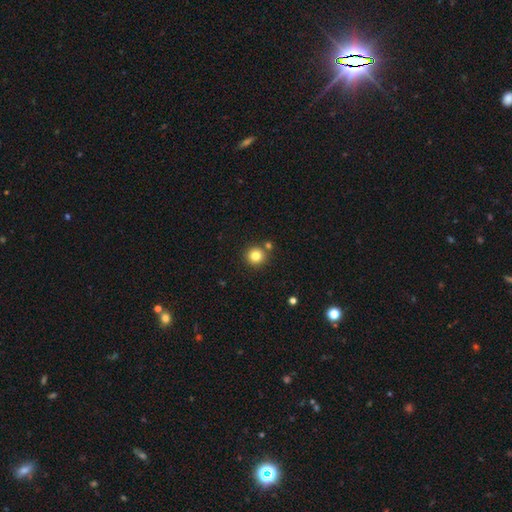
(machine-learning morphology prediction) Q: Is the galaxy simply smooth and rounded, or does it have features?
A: smooth — 82%.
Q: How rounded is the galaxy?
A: round — 94%.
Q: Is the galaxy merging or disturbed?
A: none — 82%.